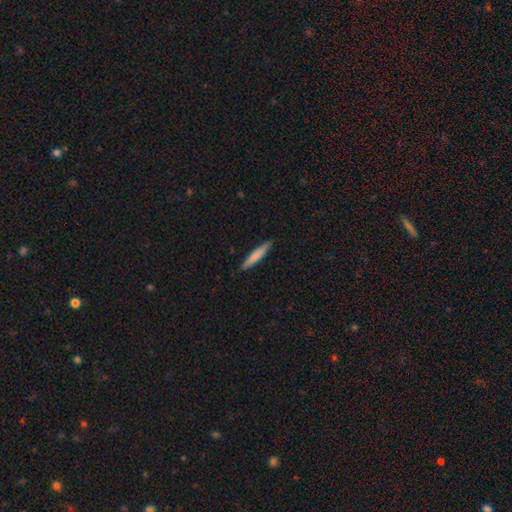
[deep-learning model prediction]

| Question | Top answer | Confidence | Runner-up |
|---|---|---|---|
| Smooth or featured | smooth | 76% | featured or disk (19%) |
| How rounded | cigar-shaped | 93% | in between (5%) |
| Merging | none | 90% | minor disturbance (8%) |